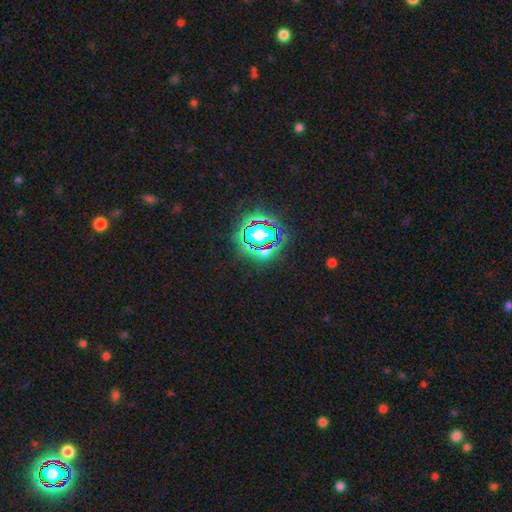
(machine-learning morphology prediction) Smooth or featured: star or artifact — 85% (smooth — 9%)